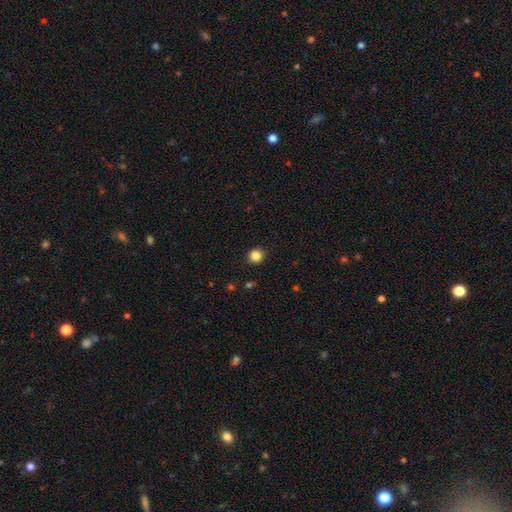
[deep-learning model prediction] Q: Smooth or featured?
A: smooth (85%); runner-up: star or artifact (12%)
Q: How rounded?
A: round (89%); runner-up: in between (10%)
Q: Merging?
A: none (90%); runner-up: minor disturbance (7%)